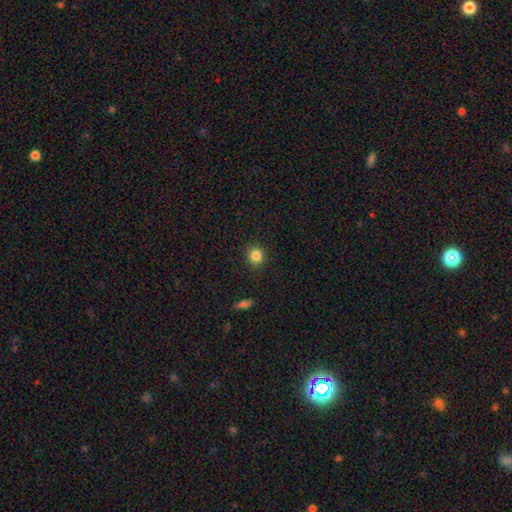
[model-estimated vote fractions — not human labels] Smooth or featured?
  - smooth: 84% *
  - star or artifact: 11%
  - featured or disk: 5%
How rounded?
  - round: 89% *
  - in between: 10%
  - cigar-shaped: 1%
Merging?
  - none: 90% *
  - minor disturbance: 6%
  - major disturbance: 2%
  - merger: 1%